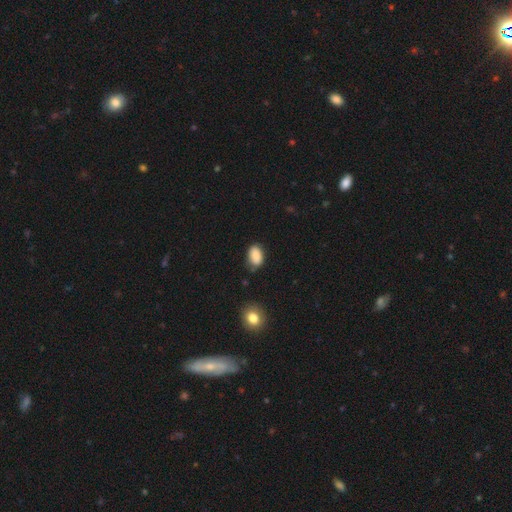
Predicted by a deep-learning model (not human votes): Morphology: type=smooth (87%); roundness=in between (87%); merging=none (66%).